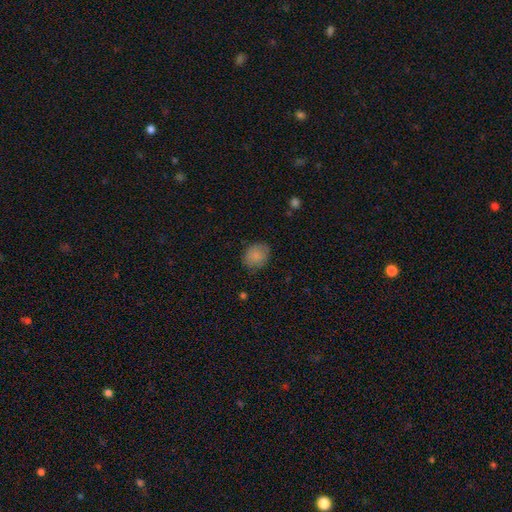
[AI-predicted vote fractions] Smooth or featured? smooth (85%)
How rounded? round (54%)
Merging? none (79%)